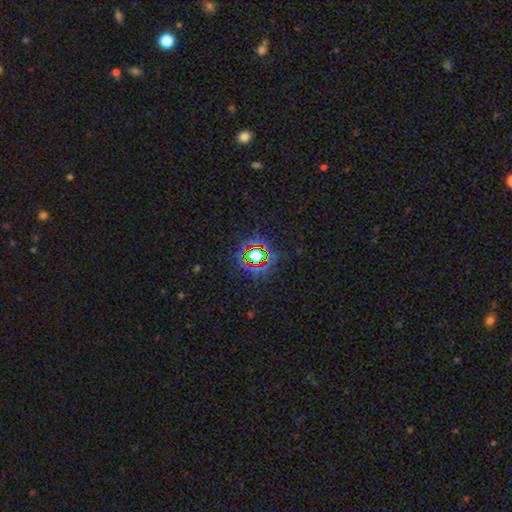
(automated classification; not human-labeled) The model was most divided on "smooth or featured": star or artifact: 73%, smooth: 17%, featured or disk: 10%.